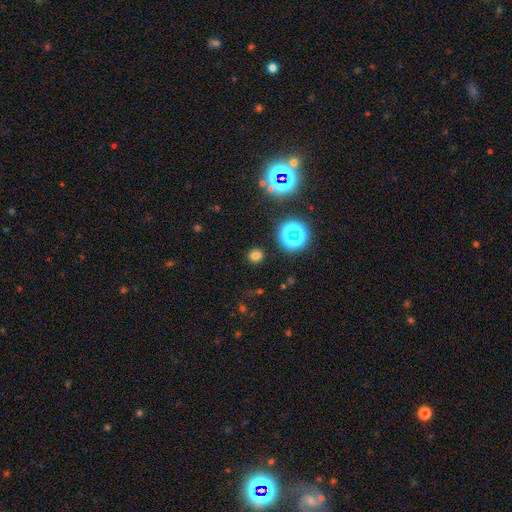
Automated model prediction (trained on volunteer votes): smooth_or_featured: smooth (p=0.70) [alt: star or artifact p=0.24]
how_rounded: round (p=0.86) [alt: in between p=0.13]
merging: none (p=0.89) [alt: minor disturbance p=0.06]